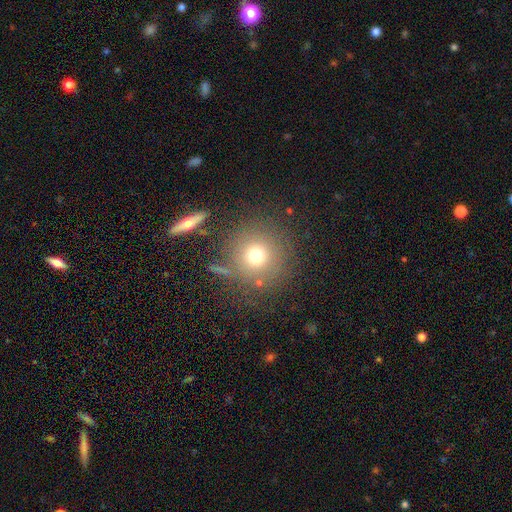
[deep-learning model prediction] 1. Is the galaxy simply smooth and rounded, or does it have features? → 72% smooth, 16% star or artifact, 12% featured or disk.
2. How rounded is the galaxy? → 94% round, 5% in between, 1% cigar-shaped.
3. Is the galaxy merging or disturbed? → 80% none, 9% minor disturbance, 5% major disturbance, 5% merger.